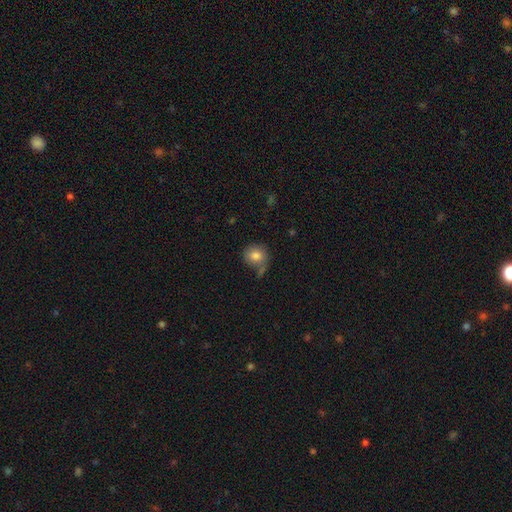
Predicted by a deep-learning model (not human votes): Q: Smooth or featured?
A: smooth (80%); runner-up: featured or disk (11%)
Q: How rounded?
A: round (84%); runner-up: in between (15%)
Q: Merging?
A: none (60%); runner-up: minor disturbance (19%)